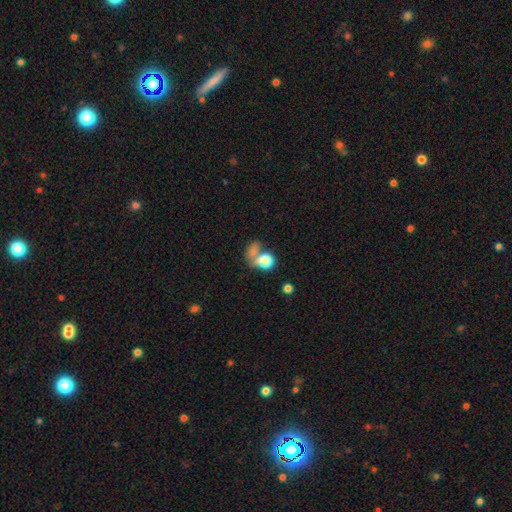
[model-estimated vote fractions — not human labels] A smooth galaxy with no disk features (67%) that is round (53%).

Vote fractions:
- Smooth or featured? smooth: 67% / featured or disk: 18% / star or artifact: 15%
- How rounded? round: 53% / in between: 46% / cigar-shaped: 2%
- Merging? merger: 44% / none: 27% / major disturbance: 17% / minor disturbance: 12%